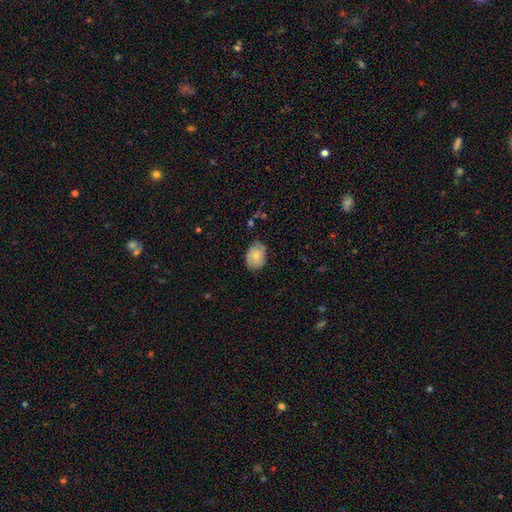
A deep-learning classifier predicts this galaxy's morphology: This appears to be a smooth galaxy with no disk features (64%) that is in between round and cigar-shaped (75%). Merging: none (73%).